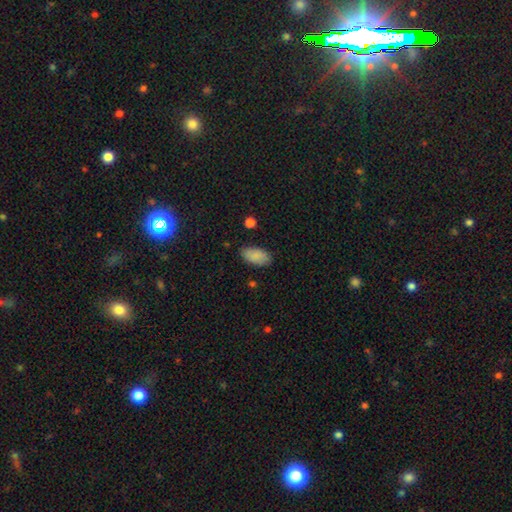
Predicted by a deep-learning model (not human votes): Smooth or featured: smooth — 87% (star or artifact — 7%)
How rounded: in between — 94% (round — 3%)
Merging: none — 83% (minor disturbance — 13%)